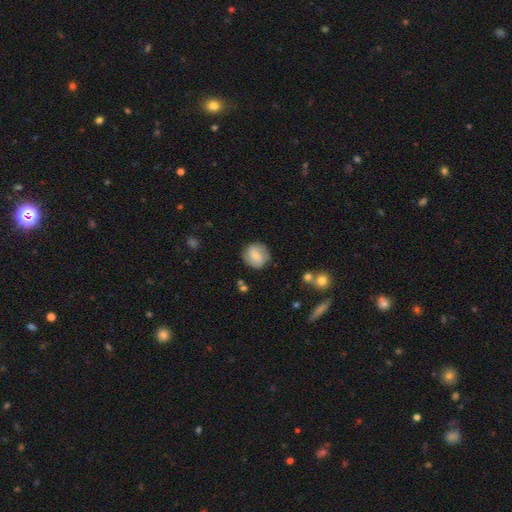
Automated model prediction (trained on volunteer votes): Smooth or featured? smooth (57%)
How rounded? round (87%)
Merging? none (81%)